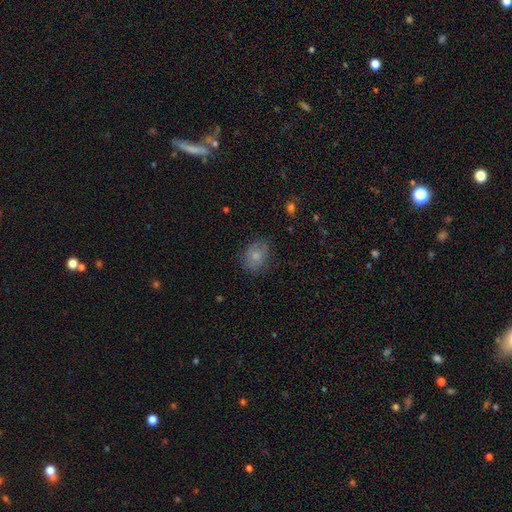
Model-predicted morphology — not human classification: type=smooth (76%); roundness=in between (53%); merging=none (72%).